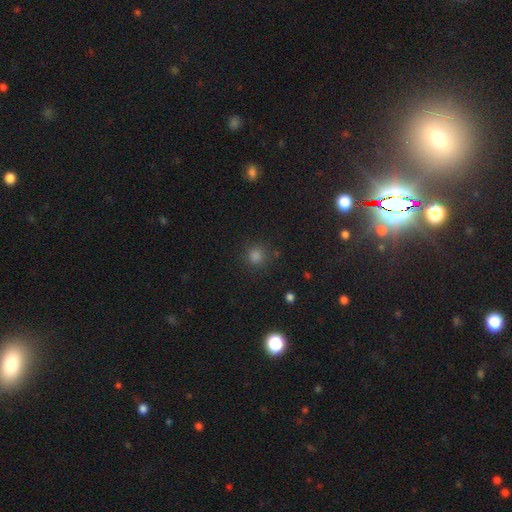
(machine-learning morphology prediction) A smooth galaxy with no disk features (74%) that is round (93%). Merging: none (86%).